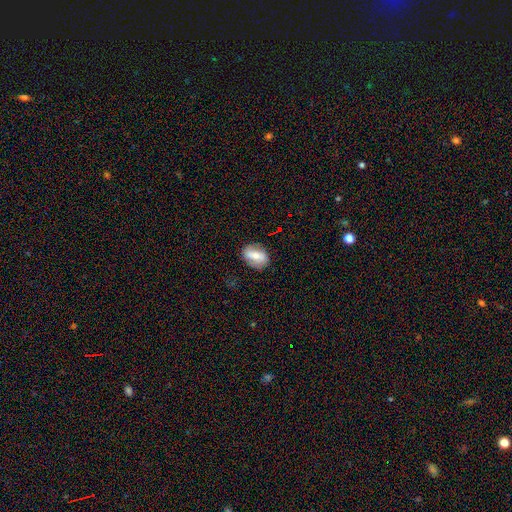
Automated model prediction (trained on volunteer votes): This is possibly a smooth galaxy (52%). How rounded: likely in between (77%). Merging: clearly none (82%).